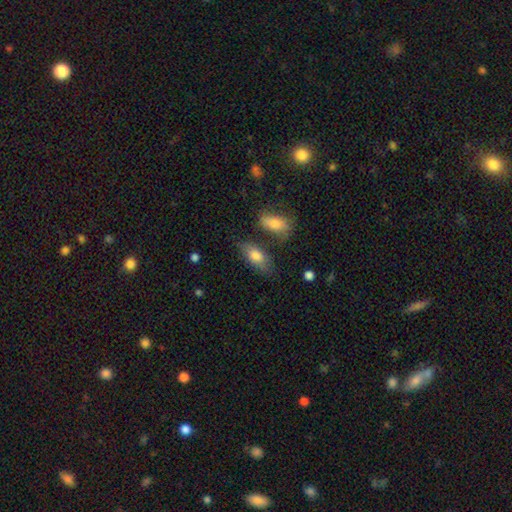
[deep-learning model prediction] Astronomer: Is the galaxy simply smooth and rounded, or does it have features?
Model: smooth — 78%.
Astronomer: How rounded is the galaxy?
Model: in between — 86%.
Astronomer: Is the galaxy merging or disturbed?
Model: none — 66%.